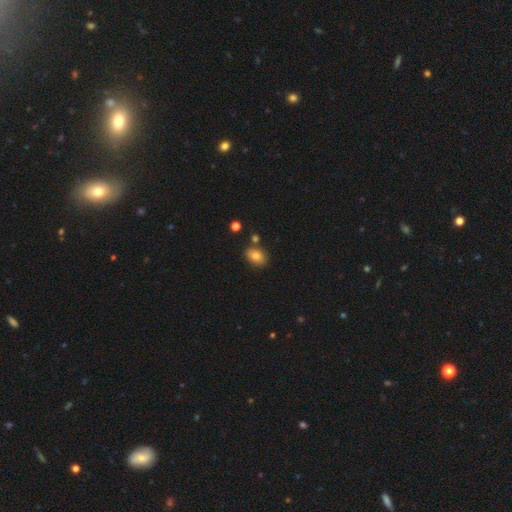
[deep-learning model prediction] smooth_or_featured: smooth (p=0.83) [alt: star or artifact p=0.09]
how_rounded: in between (p=0.80) [alt: round p=0.19]
merging: none (p=0.78) [alt: minor disturbance p=0.12]